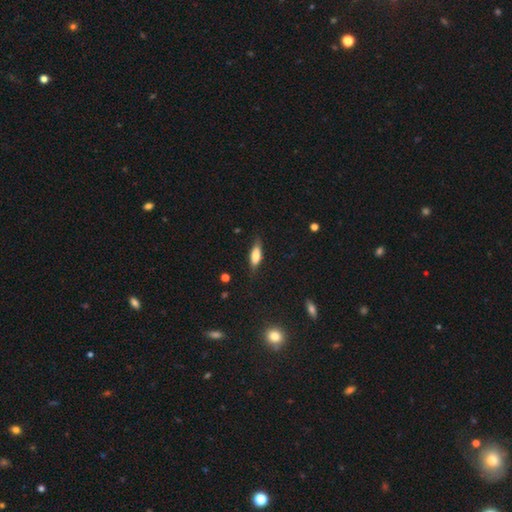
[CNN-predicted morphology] Smooth or featured: smooth — 71% (featured or disk — 21%)
How rounded: in between — 60% (cigar-shaped — 38%)
Merging: none — 78% (minor disturbance — 17%)